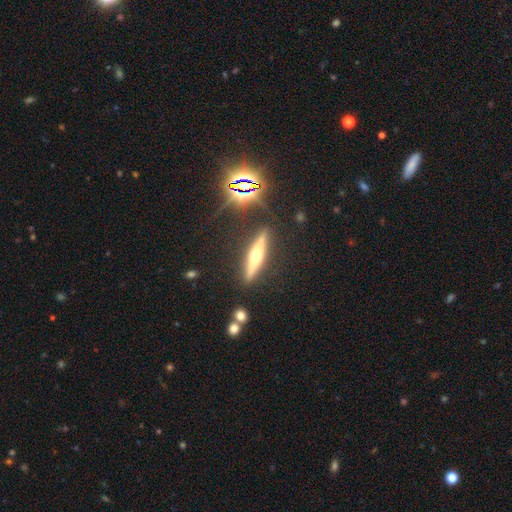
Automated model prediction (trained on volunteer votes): Smooth or featured: featured or disk — 58% (smooth — 31%)
Edge-on disk: yes — 94% (no — 6%)
Edge-on bulge: rounded — 88% (none — 6%)
Merging: none — 87% (minor disturbance — 9%)